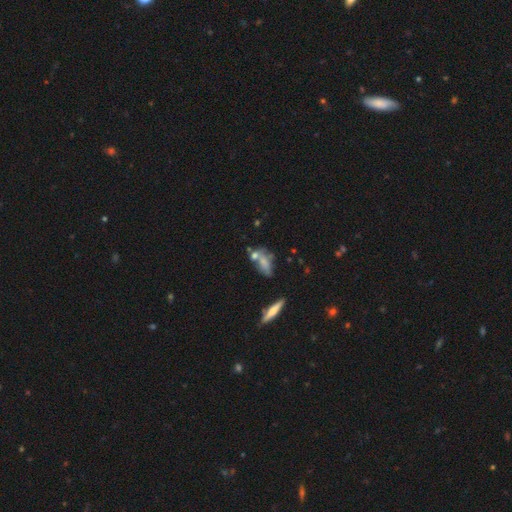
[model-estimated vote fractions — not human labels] Smooth or featured?
  - smooth: 54% *
  - featured or disk: 34%
  - star or artifact: 13%
How rounded?
  - in between: 72% *
  - cigar-shaped: 17%
  - round: 11%
Merging?
  - none: 38% *
  - merger: 34%
  - minor disturbance: 17%
  - major disturbance: 11%